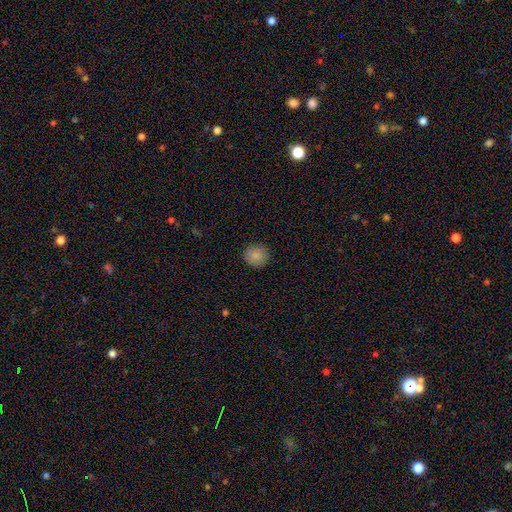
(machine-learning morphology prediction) smooth 86%, star or artifact 8%, featured or disk 5%. Down the decision tree: how rounded — round (93%); merging — none (90%).